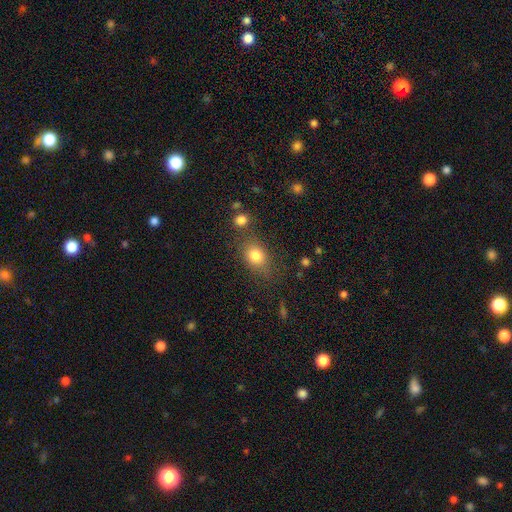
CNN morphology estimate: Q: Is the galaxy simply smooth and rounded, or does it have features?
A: smooth — 80%.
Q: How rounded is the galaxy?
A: in between — 55%.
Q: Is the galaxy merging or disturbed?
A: none — 69%.